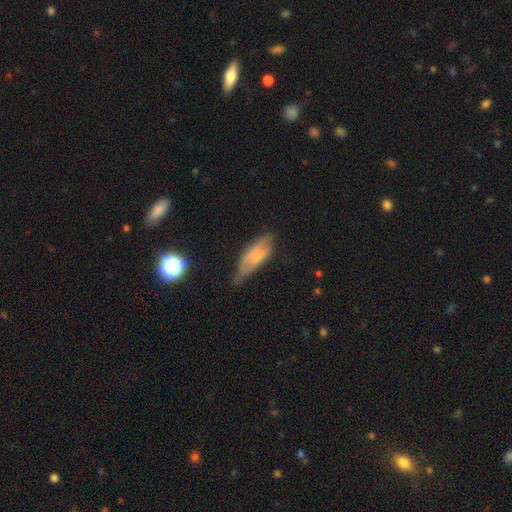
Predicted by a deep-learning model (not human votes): Q: Smooth or featured?
A: smooth (53%); runner-up: featured or disk (38%)
Q: How rounded?
A: in between (62%); runner-up: cigar-shaped (36%)
Q: Merging?
A: none (47%); runner-up: minor disturbance (38%)